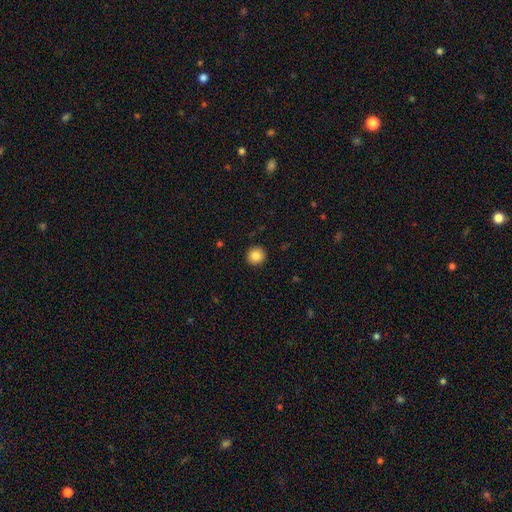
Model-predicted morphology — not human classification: A smooth galaxy with no disk features (86%) that is round (94%). Merging: none (92%).